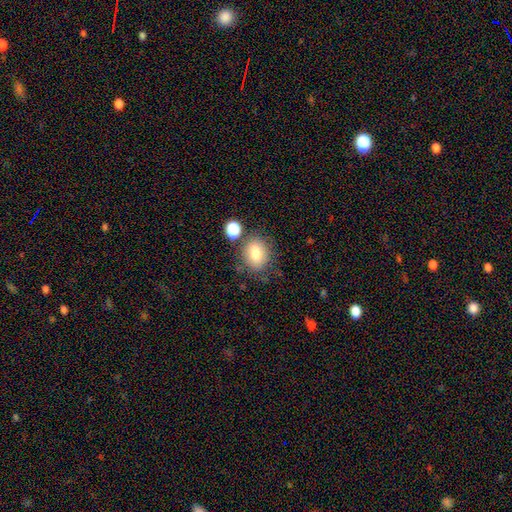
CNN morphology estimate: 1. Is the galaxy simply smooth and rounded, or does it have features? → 79% smooth, 11% featured or disk, 10% star or artifact.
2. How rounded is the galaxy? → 64% in between, 35% round, 1% cigar-shaped.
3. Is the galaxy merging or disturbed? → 68% none, 16% minor disturbance, 10% merger, 6% major disturbance.